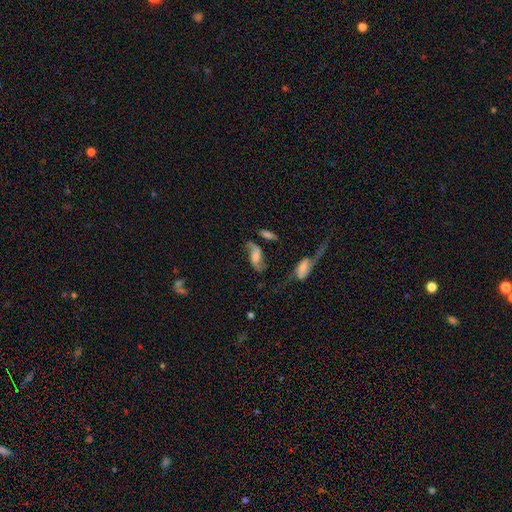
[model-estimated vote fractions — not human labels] Smooth or featured? featured or disk (67%)
Edge-on disk? no (92%)
Bar? no (53%)
Spiral arms? yes (91%)
Spiral winding? loose (77%)
Spiral arm count? 2 (88%)
Bulge size? none (42%)
Merging? none (52%)